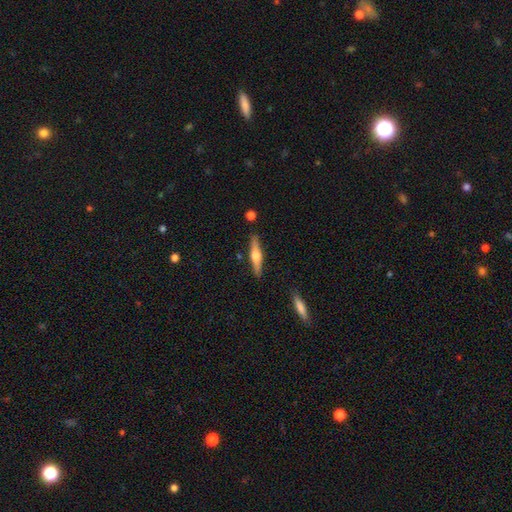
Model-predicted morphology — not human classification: Smooth or featured? Predicted: featured or disk (p=0.58). Edge-on disk? Predicted: yes (p=0.96). Edge-on bulge? Predicted: rounded (p=0.91). Merging? Predicted: none (p=0.88).